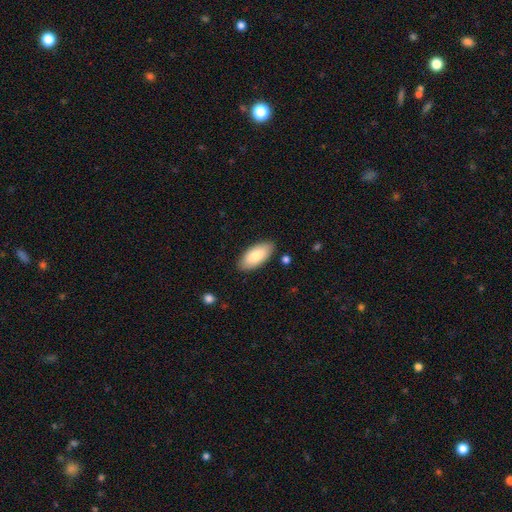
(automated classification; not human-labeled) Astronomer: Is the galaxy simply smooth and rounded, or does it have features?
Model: smooth — 84%.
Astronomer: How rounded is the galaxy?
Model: in between — 92%.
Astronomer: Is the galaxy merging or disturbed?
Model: none — 86%.